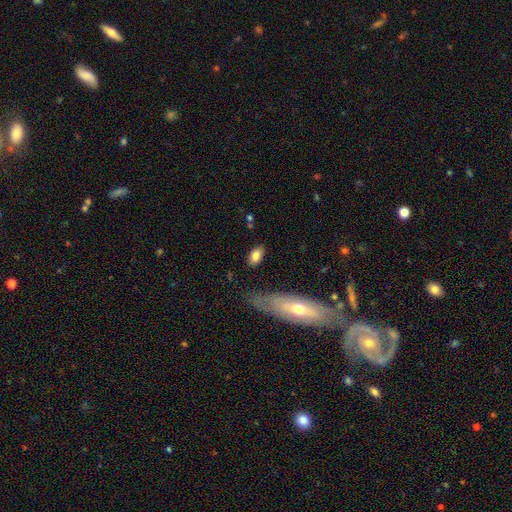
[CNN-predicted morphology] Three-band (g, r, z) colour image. It shows a smooth galaxy with no disk features (78%) that is in between round and cigar-shaped (88%). Merging: none (81%).